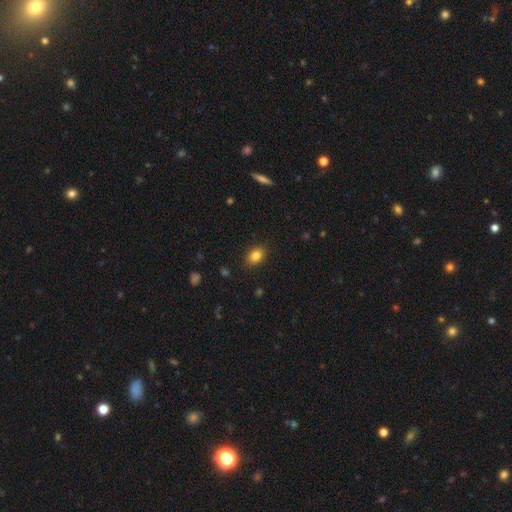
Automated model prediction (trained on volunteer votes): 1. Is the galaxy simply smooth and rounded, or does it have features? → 83% smooth, 10% star or artifact, 7% featured or disk.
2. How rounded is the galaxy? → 67% in between, 32% round, 1% cigar-shaped.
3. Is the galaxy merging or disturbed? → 88% none, 9% minor disturbance, 2% major disturbance, 1% merger.